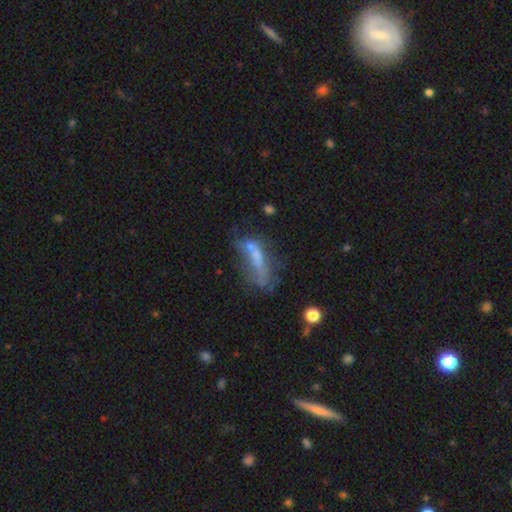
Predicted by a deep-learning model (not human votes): A smooth galaxy with no disk features (47%). Merging: major disturbance (30%).